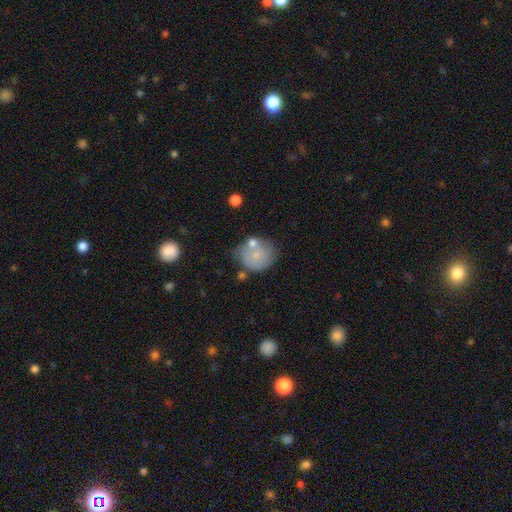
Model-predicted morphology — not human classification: This appears to be a smooth galaxy with no disk features (67%) that is round (78%). Merging: none (51%).